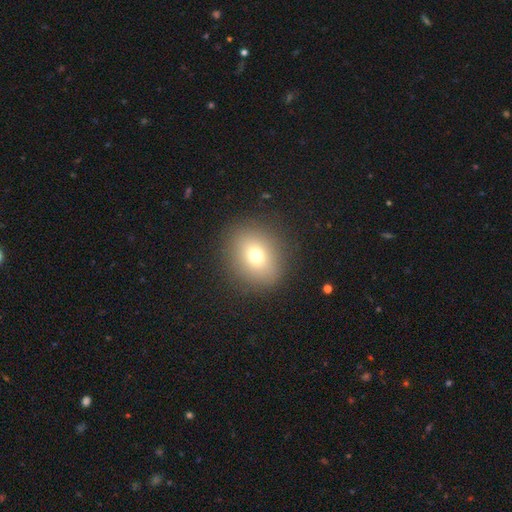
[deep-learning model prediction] Smooth or featured: smooth — 73% (star or artifact — 14%)
How rounded: round — 68% (in between — 31%)
Merging: none — 88% (minor disturbance — 7%)